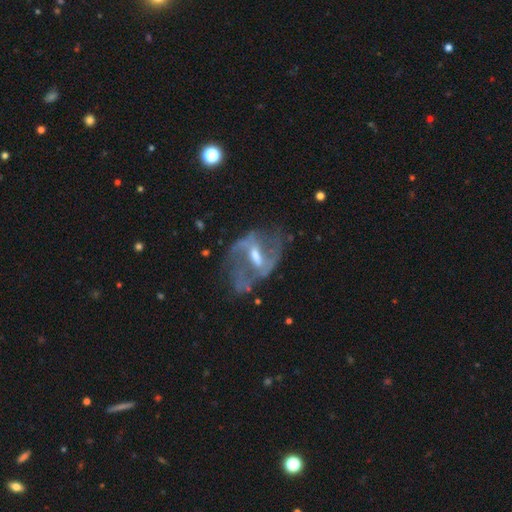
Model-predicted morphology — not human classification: A featured or disk galaxy (83%) with a weak bar (47%), 2 (71%) loose (45%) spiral arms (81%) and a moderate central bulge (55%). Merging: none (49%).